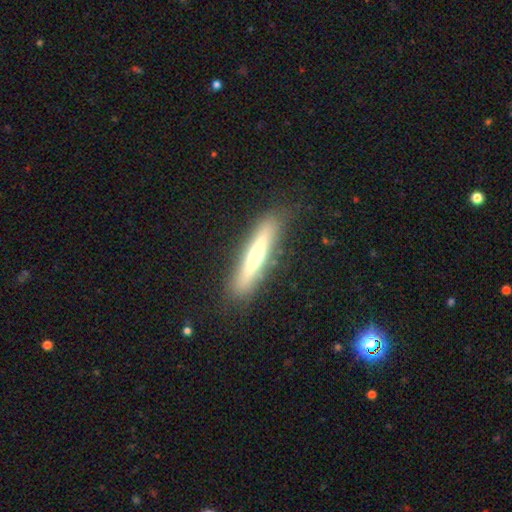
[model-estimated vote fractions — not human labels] The model was most divided on "smooth or featured": featured or disk: 51%, smooth: 43%, star or artifact: 7%. More confident: edge-on disk — yes (90%); merging — none (85%).